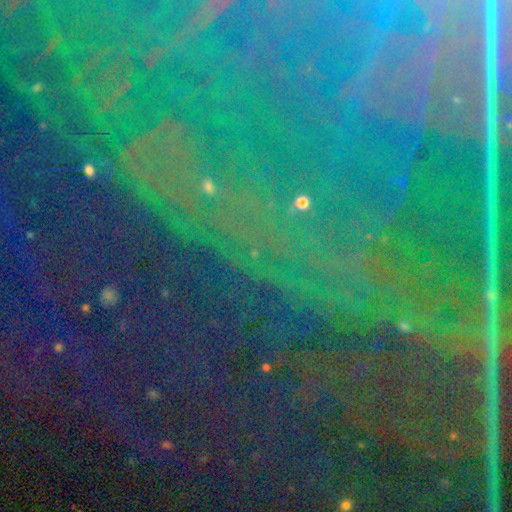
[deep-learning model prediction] A star or artifact, not a galaxy (83%).

Vote fractions:
- Smooth or featured? star or artifact: 83% / featured or disk: 9% / smooth: 7%